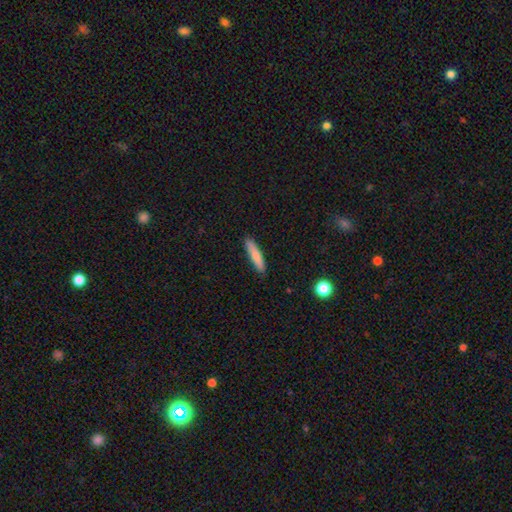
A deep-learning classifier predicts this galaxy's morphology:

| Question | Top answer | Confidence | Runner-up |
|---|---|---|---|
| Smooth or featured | smooth | 82% | featured or disk (12%) |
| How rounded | cigar-shaped | 84% | in between (14%) |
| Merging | none | 87% | minor disturbance (10%) |